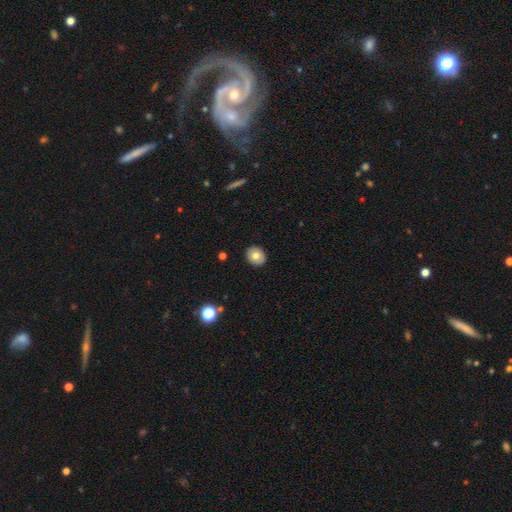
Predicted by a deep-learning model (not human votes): This appears to be a smooth galaxy with no disk features (73%) that is round (76%). Merging: none (90%).